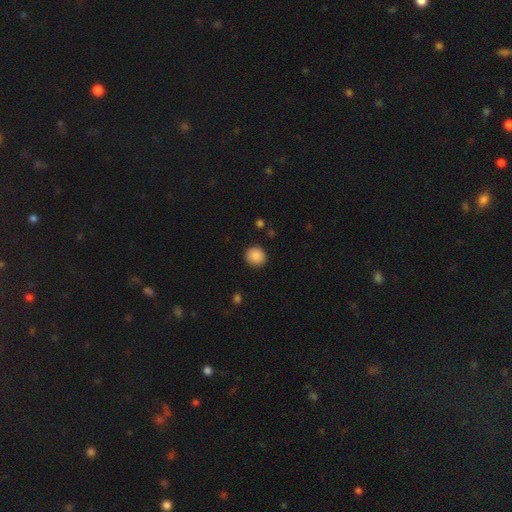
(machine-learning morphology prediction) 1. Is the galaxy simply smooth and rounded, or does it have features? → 89% smooth, 8% star or artifact, 3% featured or disk.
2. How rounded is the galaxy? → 86% round, 14% in between, 1% cigar-shaped.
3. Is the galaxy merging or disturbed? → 89% none, 7% minor disturbance, 2% major disturbance, 1% merger.